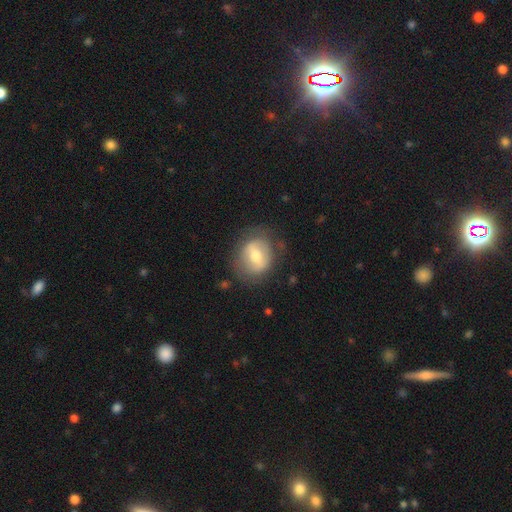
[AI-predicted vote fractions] Morphology: type=smooth (46%, tied with featured or disk); merging=none (73%).